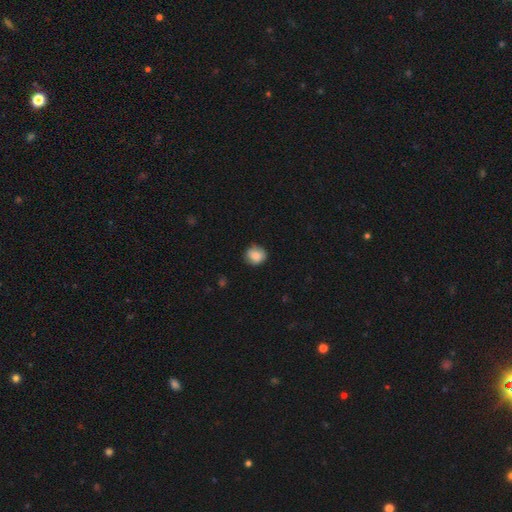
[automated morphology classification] Smooth or featured? smooth (84%)
How rounded? round (81%)
Merging? none (77%)